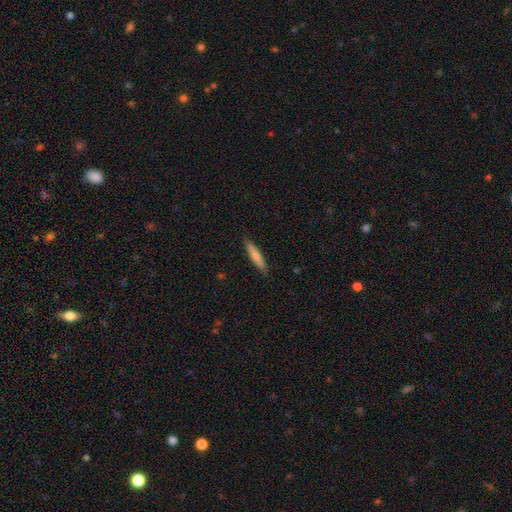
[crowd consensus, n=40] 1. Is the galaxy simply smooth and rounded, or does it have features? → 82% smooth, 12% featured or disk, 5% star or artifact.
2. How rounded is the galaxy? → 94% cigar-shaped, 6% in between, 0% round.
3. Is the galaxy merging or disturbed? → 89% none, 8% minor disturbance, 3% major disturbance, 0% merger.